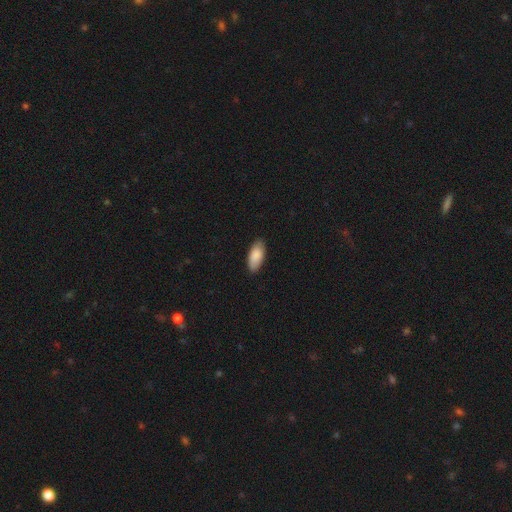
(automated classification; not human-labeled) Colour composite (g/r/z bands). It shows a smooth galaxy with no disk features (88%) that is in between round and cigar-shaped (90%). Merging: none (84%).